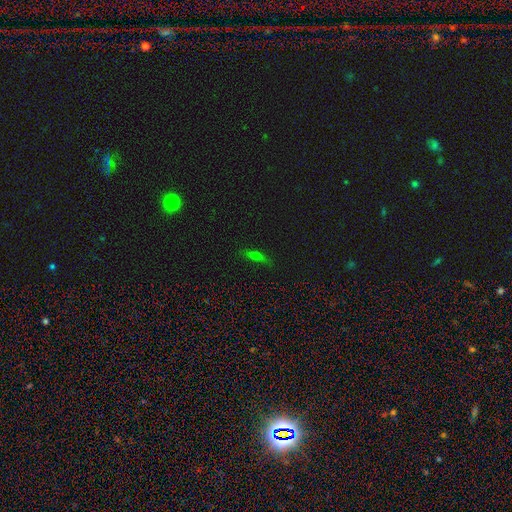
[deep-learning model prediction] smooth-or-featured: smooth: 47% | featured or disk: 36% | star or artifact: 17%
  merging: none: 82% | minor disturbance: 13% | major disturbance: 3% | merger: 1%